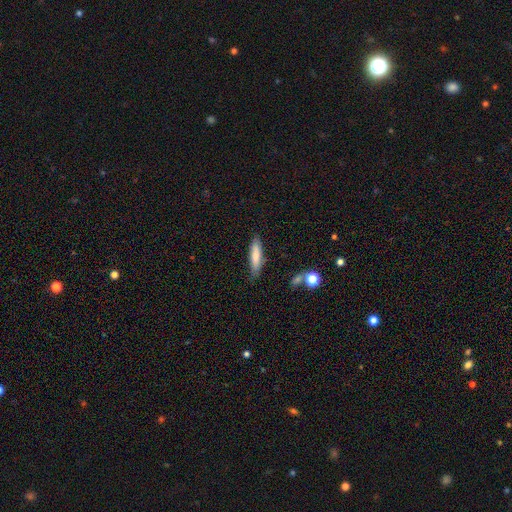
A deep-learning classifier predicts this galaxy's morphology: Smooth or featured? Predicted: smooth (p=0.76). How rounded? Predicted: cigar-shaped (p=0.75). Merging? Predicted: none (p=0.79).